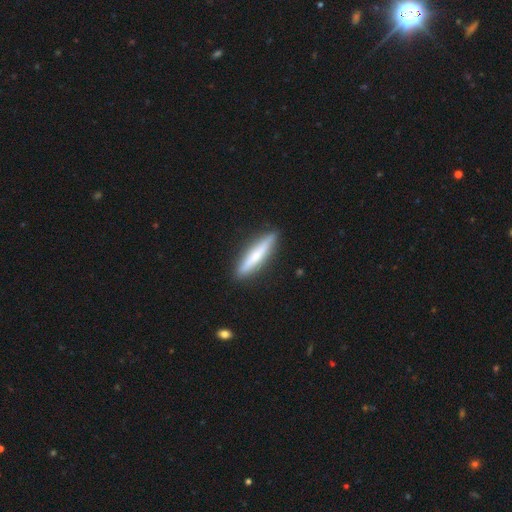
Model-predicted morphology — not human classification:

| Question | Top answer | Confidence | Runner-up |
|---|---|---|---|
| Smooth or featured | smooth | 53% | featured or disk (42%) |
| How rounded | cigar-shaped | 89% | in between (9%) |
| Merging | none | 90% | minor disturbance (7%) |